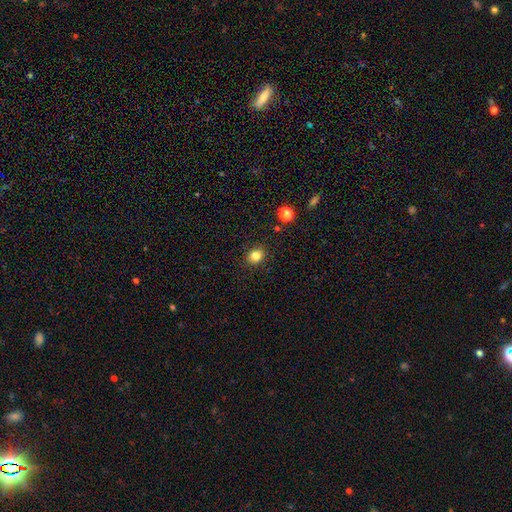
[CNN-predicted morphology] A smooth galaxy with no disk features (83%) that is round (70%).

Vote fractions:
- Smooth or featured? smooth: 83% / star or artifact: 12% / featured or disk: 5%
- How rounded? round: 70% / in between: 29% / cigar-shaped: 1%
- Merging? none: 90% / minor disturbance: 7% / major disturbance: 2% / merger: 1%